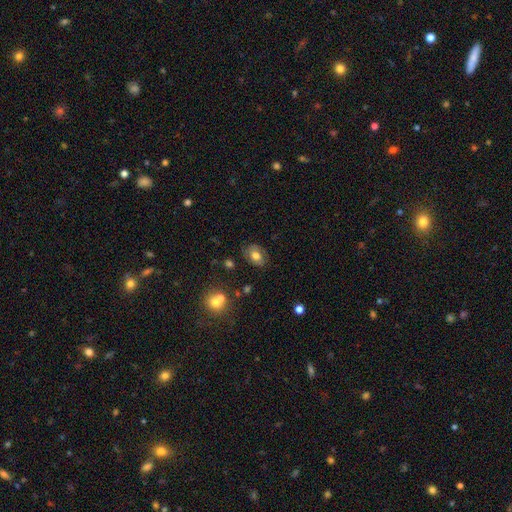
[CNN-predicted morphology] This appears to be a smooth galaxy with no disk features (60%) that is in between round and cigar-shaped (75%). Merging: none (78%).